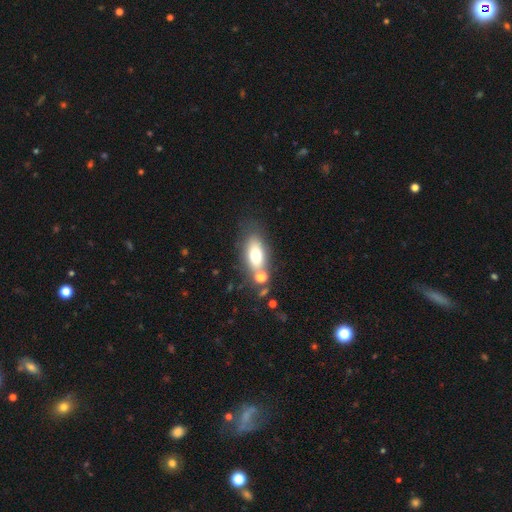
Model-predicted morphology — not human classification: A smooth galaxy with no disk features (69%) that is in between round and cigar-shaped (81%). Merging: none (60%).